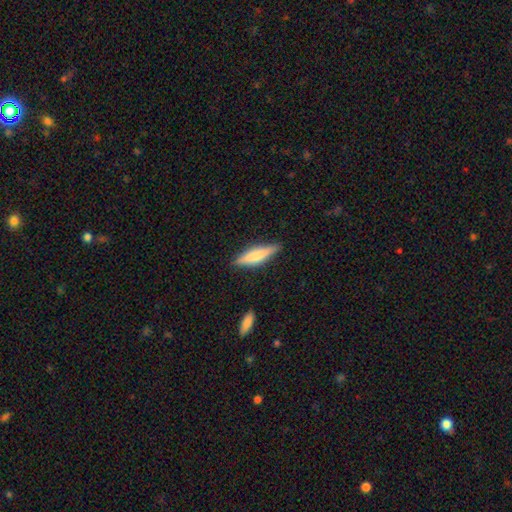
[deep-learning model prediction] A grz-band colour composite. It shows a smooth galaxy with no disk features (60%) that is cigar-shaped (76%). Merging: none (86%).